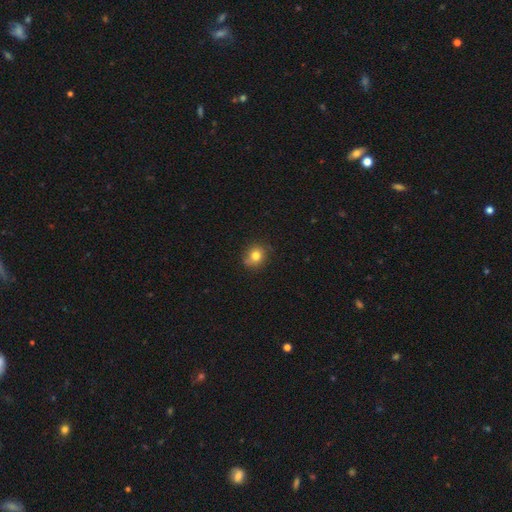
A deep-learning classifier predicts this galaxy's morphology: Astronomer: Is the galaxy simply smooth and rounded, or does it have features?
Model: smooth — 80%.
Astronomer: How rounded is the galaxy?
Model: round — 78%.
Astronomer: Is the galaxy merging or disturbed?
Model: none — 78%.